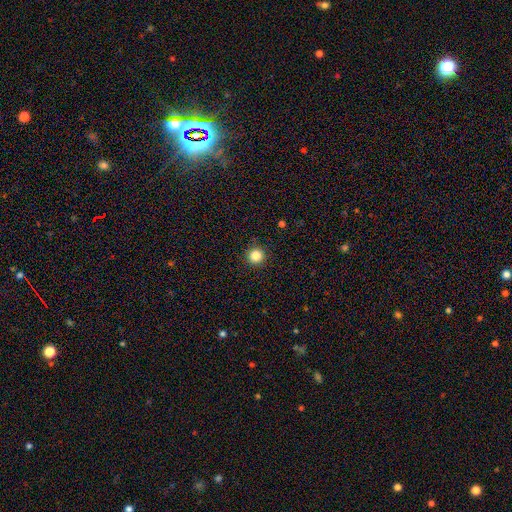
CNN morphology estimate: Smooth or featured?
  - smooth: 85% *
  - star or artifact: 11%
  - featured or disk: 4%
How rounded?
  - round: 95% *
  - in between: 4%
  - cigar-shaped: 1%
Merging?
  - none: 92% *
  - minor disturbance: 5%
  - major disturbance: 2%
  - merger: 1%